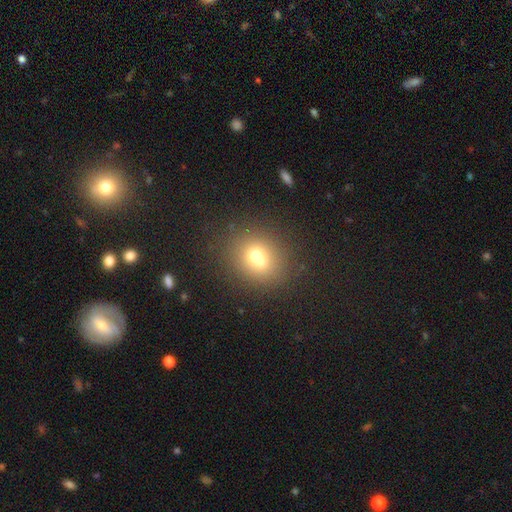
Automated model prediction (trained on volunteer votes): Smooth or featured?
  - smooth: 63% *
  - featured or disk: 22%
  - star or artifact: 14%
How rounded?
  - round: 73% *
  - in between: 26%
  - cigar-shaped: 1%
Merging?
  - none: 44% *
  - merger: 43%
  - minor disturbance: 9%
  - major disturbance: 4%